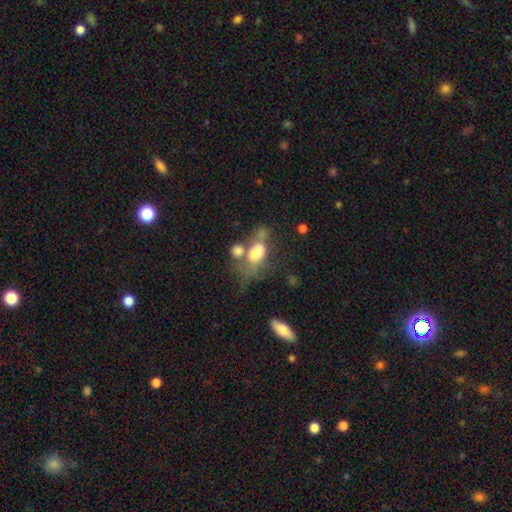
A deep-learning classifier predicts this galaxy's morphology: smooth-or-featured: smooth: 55% | featured or disk: 33% | star or artifact: 12%
  how-rounded: in between: 79% | round: 13% | cigar-shaped: 9%
  merging: merger: 41% | major disturbance: 26% | none: 19% | minor disturbance: 13%